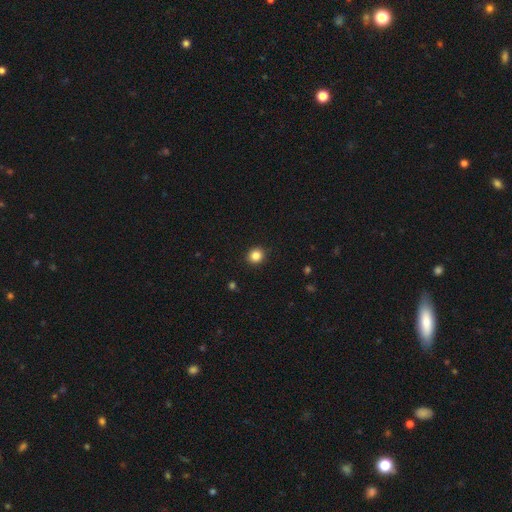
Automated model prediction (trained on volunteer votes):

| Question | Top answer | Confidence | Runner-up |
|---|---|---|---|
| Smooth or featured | smooth | 85% | star or artifact (11%) |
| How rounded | round | 87% | in between (12%) |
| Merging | none | 92% | minor disturbance (5%) |